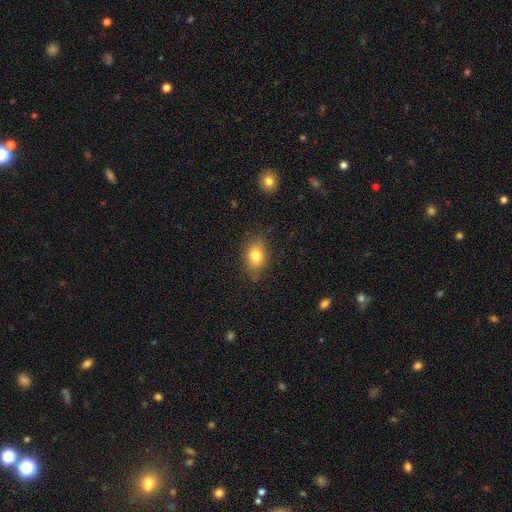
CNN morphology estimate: This is likely a smooth galaxy (80%). How rounded: likely in between (68%). Merging: likely none (78%).